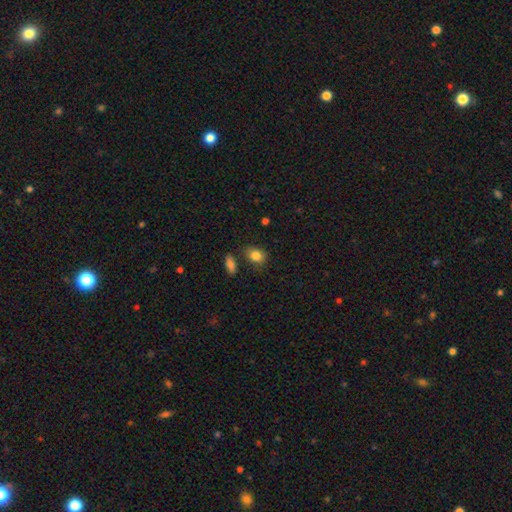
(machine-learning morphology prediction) Smooth or featured: smooth — 84% (star or artifact — 10%)
How rounded: in between — 59% (round — 39%)
Merging: none — 71% (minor disturbance — 18%)